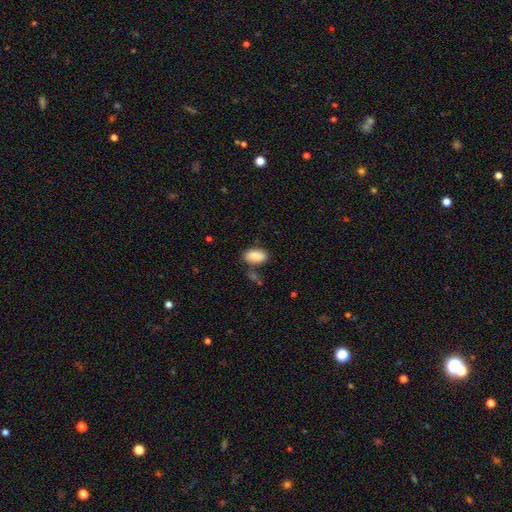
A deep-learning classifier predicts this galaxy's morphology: A smooth galaxy with no disk features (84%) that is in between round and cigar-shaped (93%).

Vote fractions:
- Smooth or featured? smooth: 84% / featured or disk: 9% / star or artifact: 7%
- How rounded? in between: 93% / round: 5% / cigar-shaped: 2%
- Merging? none: 72% / minor disturbance: 16% / merger: 7% / major disturbance: 4%